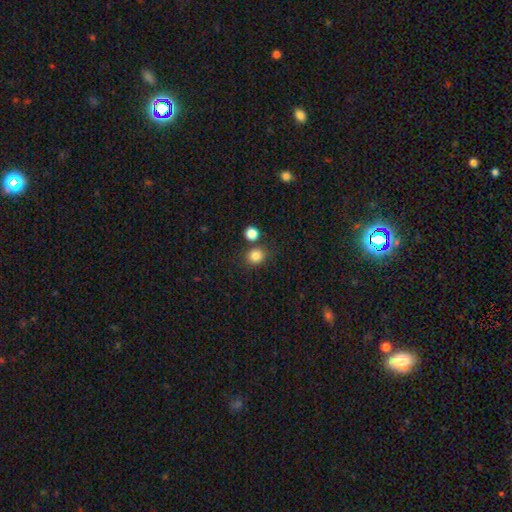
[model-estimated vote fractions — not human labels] smooth 83%, star or artifact 12%, featured or disk 5%. Down the decision tree: how rounded — round (81%); merging — none (77%).